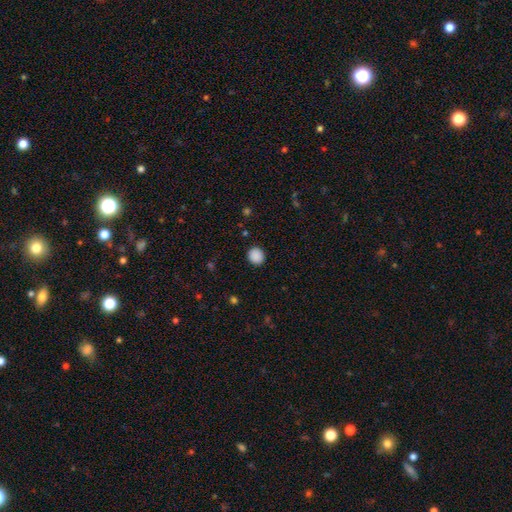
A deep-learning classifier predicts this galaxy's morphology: Smooth or featured: smooth — 89% (star or artifact — 9%)
How rounded: round — 84% (in between — 15%)
Merging: none — 90% (minor disturbance — 6%)